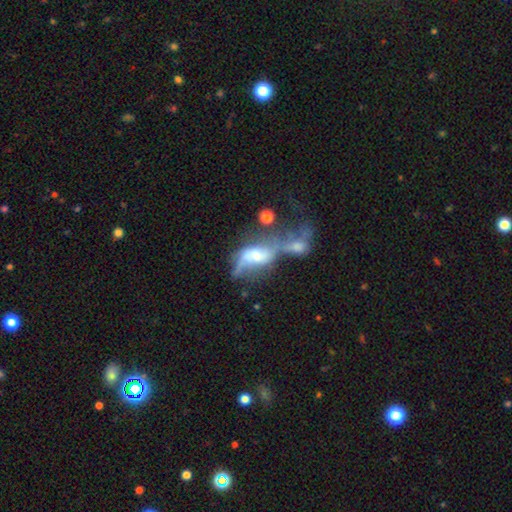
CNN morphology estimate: A featured or disk galaxy (58%) with no bar (57%), spiral arms (63%) and a moderate central bulge (33%).

Vote fractions:
- Smooth or featured? featured or disk: 58% / smooth: 30% / star or artifact: 12%
- Edge-on disk? no: 90% / yes: 10%
- Bar? no: 57% / weak: 29% / strong: 14%
- Spiral arms? yes: 63% / no: 37%
- Bulge size? moderate: 33% / small: 28% / none: 20% / large: 15% / dominant: 4%
- Merging? merger: 61% / major disturbance: 21% / none: 11% / minor disturbance: 7%